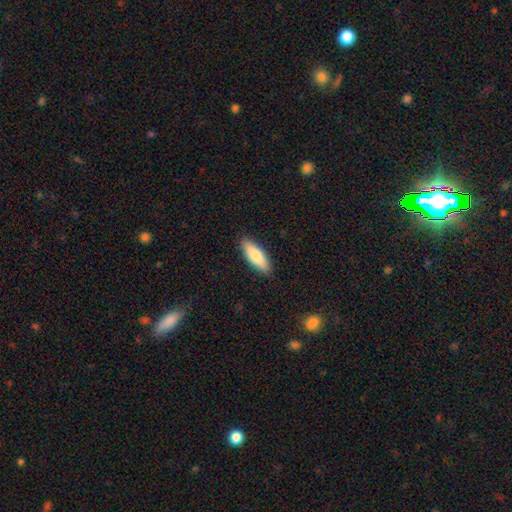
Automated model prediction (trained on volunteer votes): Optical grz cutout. It shows a smooth galaxy with no disk features (81%) that is in between round and cigar-shaped (58%). Merging: none (89%).